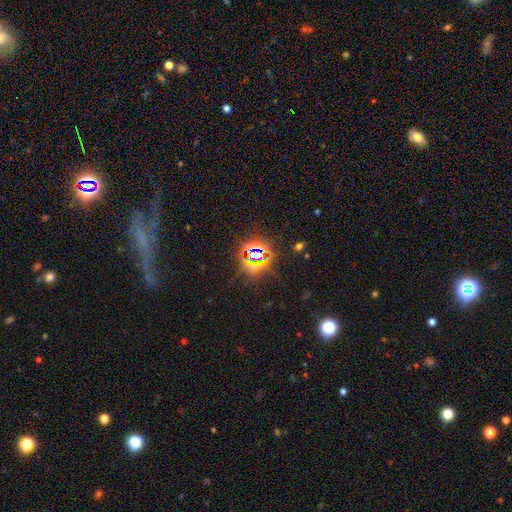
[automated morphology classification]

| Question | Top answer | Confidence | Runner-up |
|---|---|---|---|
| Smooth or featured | star or artifact | 79% | smooth (12%) |